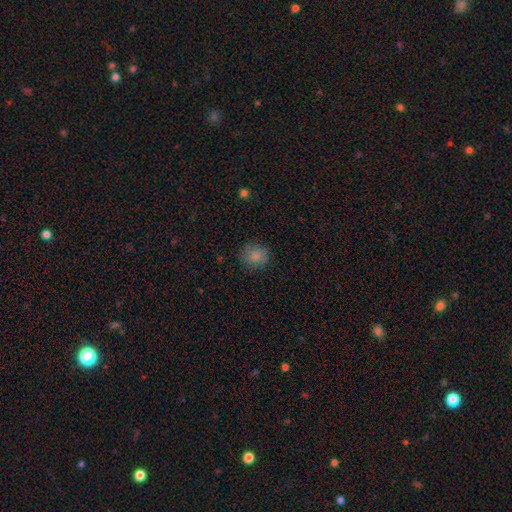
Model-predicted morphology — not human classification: type=smooth (84%); roundness=round (81%); merging=none (82%).